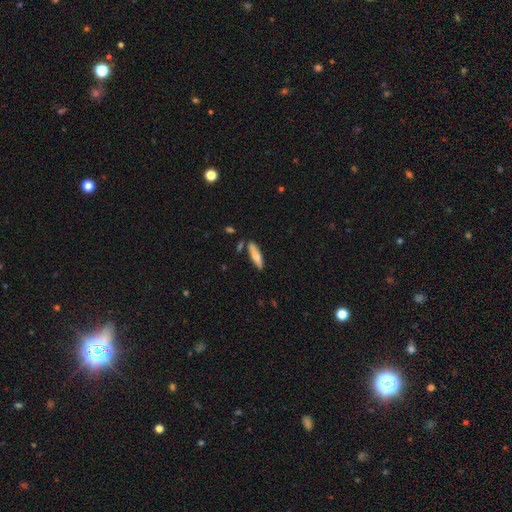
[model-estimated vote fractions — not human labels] A smooth galaxy with no disk features (78%) that is cigar-shaped (63%). Merging: none (78%).